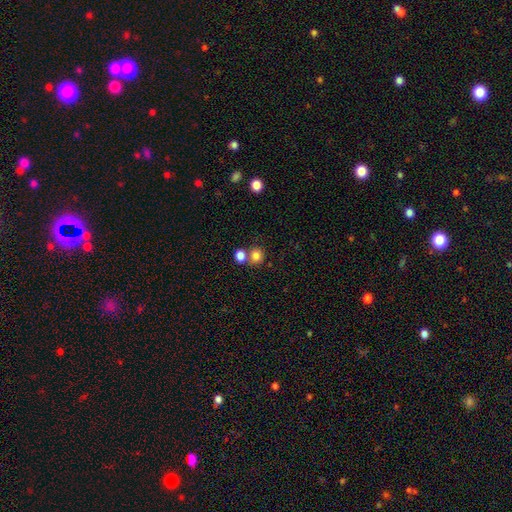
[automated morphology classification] This is clearly a smooth galaxy (82%). How rounded: likely round (79%). Merging: possibly none (53%).